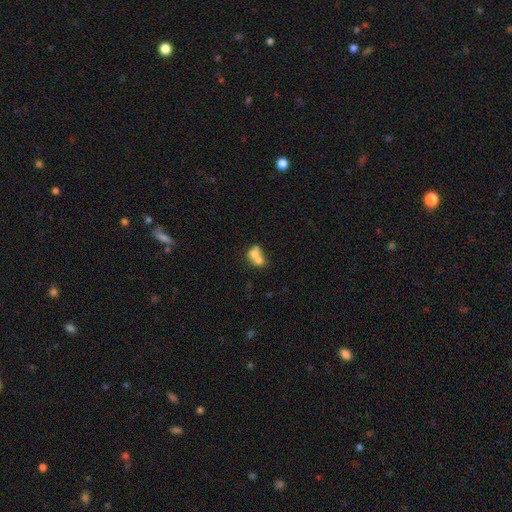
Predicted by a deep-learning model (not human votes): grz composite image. It shows a smooth galaxy with no disk features (65%) that is round (60%). Merging: merger (72%).